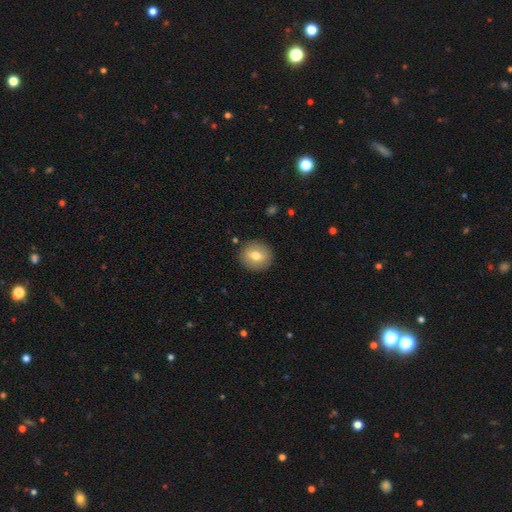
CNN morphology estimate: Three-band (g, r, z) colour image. It shows a smooth galaxy with no disk features (69%) that is round (82%). Merging: none (89%).